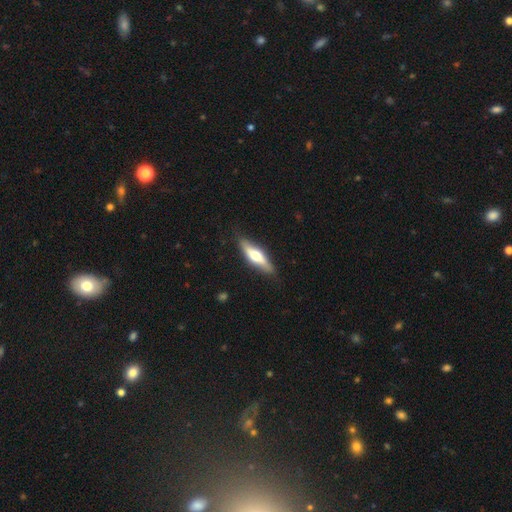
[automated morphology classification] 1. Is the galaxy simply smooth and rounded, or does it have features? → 49% featured or disk, 46% smooth, 5% star or artifact.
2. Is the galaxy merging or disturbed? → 83% none, 13% minor disturbance, 3% major disturbance, 1% merger.